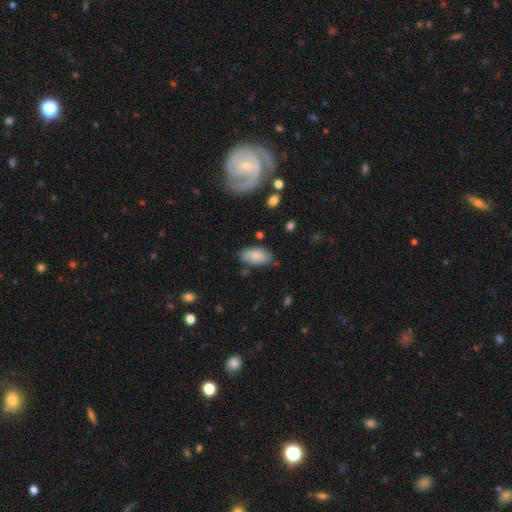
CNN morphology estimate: This is clearly a smooth galaxy (84%). How rounded: clearly in between (93%). Merging: likely none (69%).